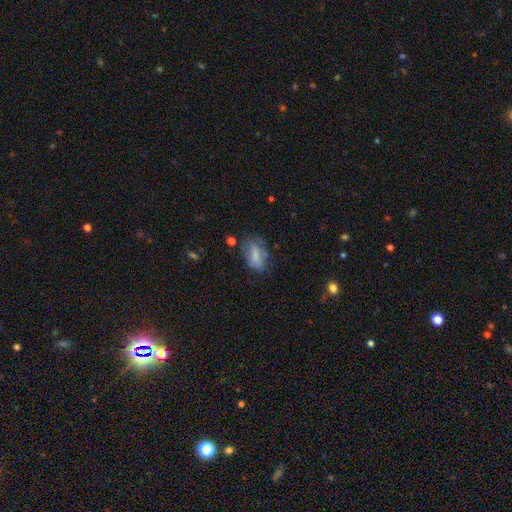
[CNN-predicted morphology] This is likely a smooth galaxy (70%). How rounded: clearly in between (86%). Merging: possibly none (57%).